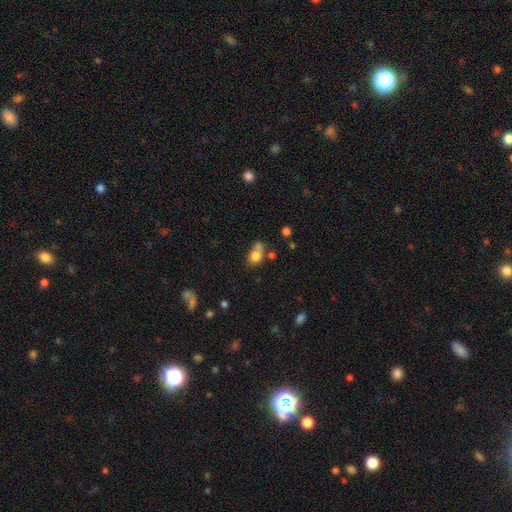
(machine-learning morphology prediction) type=smooth (78%); roundness=round (57%); merging=none (40%).